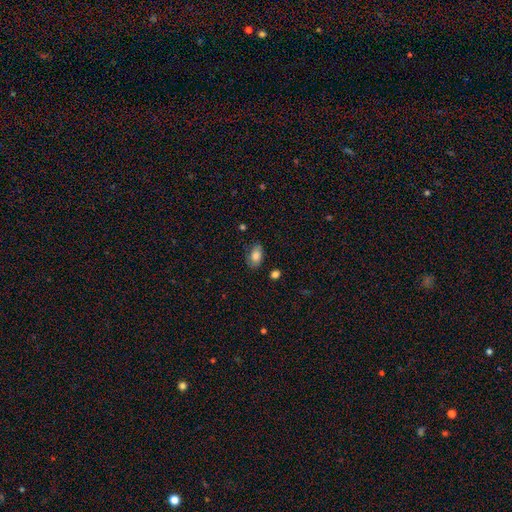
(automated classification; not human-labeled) smooth_or_featured: smooth (p=0.81) [alt: featured or disk p=0.11]
how_rounded: in between (p=0.89) [alt: round p=0.10]
merging: none (p=0.71) [alt: minor disturbance p=0.22]